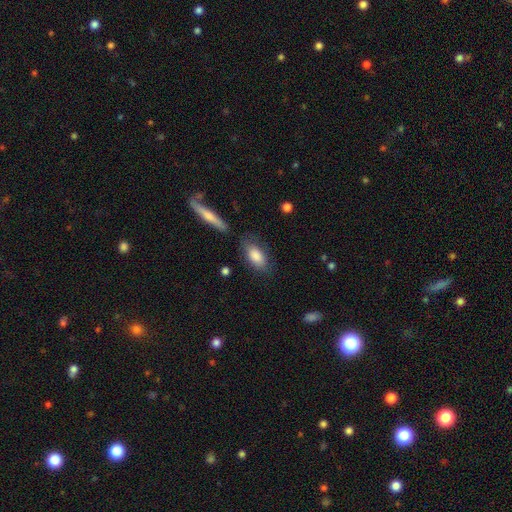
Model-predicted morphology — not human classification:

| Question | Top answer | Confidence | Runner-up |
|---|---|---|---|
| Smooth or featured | smooth | 84% | featured or disk (10%) |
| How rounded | in between | 88% | cigar-shaped (7%) |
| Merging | none | 73% | minor disturbance (18%) |